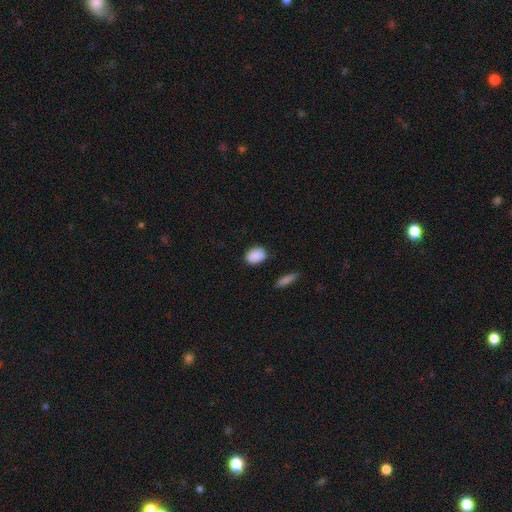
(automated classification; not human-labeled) Q: Smooth or featured?
A: smooth (88%); runner-up: star or artifact (7%)
Q: How rounded?
A: in between (73%); runner-up: round (25%)
Q: Merging?
A: none (80%); runner-up: minor disturbance (14%)